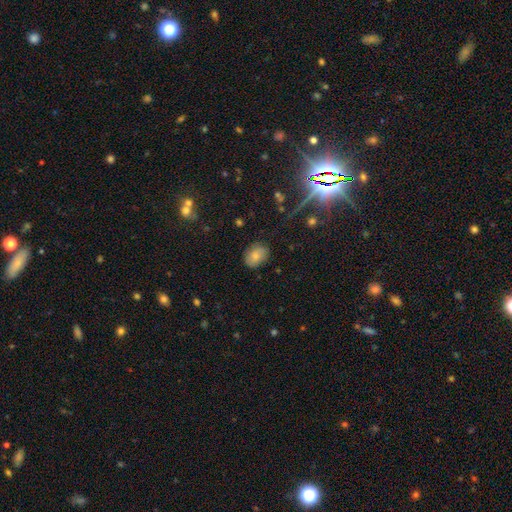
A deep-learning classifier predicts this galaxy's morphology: smooth_or_featured: smooth (p=0.77) [alt: featured or disk p=0.13]
how_rounded: in between (p=0.63) [alt: round p=0.36]
merging: none (p=0.80) [alt: minor disturbance p=0.15]